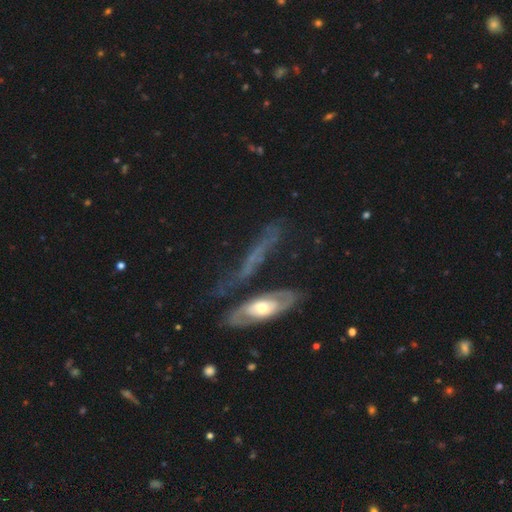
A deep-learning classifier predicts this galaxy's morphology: Smooth or featured: featured or disk — 58% (smooth — 30%)
Edge-on disk: no — 55% (yes — 45%)
Merging: none — 47% (minor disturbance — 18%)